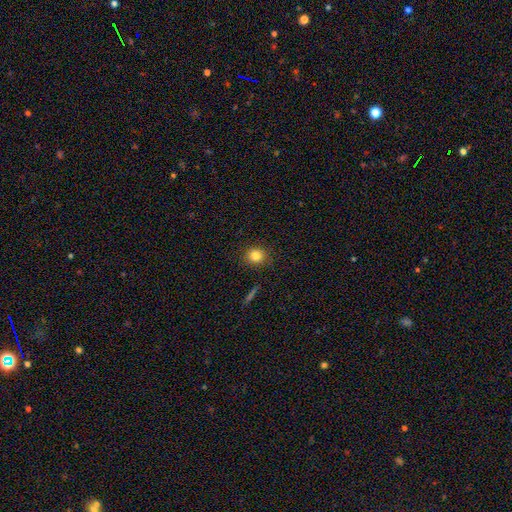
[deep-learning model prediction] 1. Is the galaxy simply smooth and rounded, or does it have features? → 82% smooth, 12% star or artifact, 7% featured or disk.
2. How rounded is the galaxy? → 87% round, 11% in between, 1% cigar-shaped.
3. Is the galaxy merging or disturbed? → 90% none, 7% minor disturbance, 2% major disturbance, 1% merger.